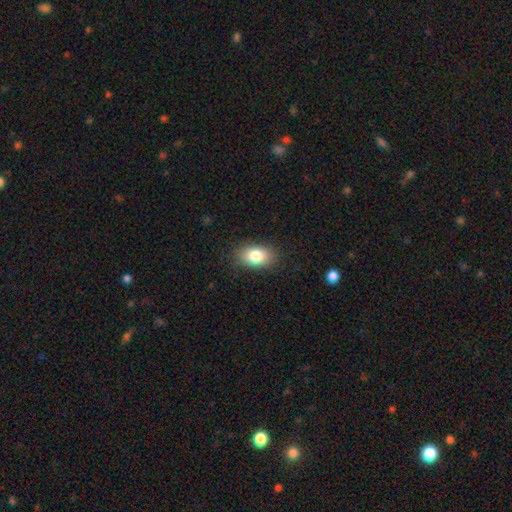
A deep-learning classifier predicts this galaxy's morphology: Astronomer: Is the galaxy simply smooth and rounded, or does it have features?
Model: smooth — 83%.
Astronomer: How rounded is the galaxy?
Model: in between — 87%.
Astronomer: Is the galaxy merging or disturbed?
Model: none — 85%.